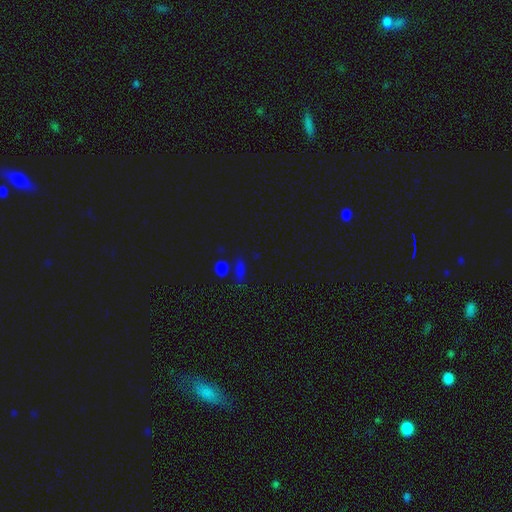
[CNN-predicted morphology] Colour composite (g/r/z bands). It shows a star or artifact, not a galaxy (46%).